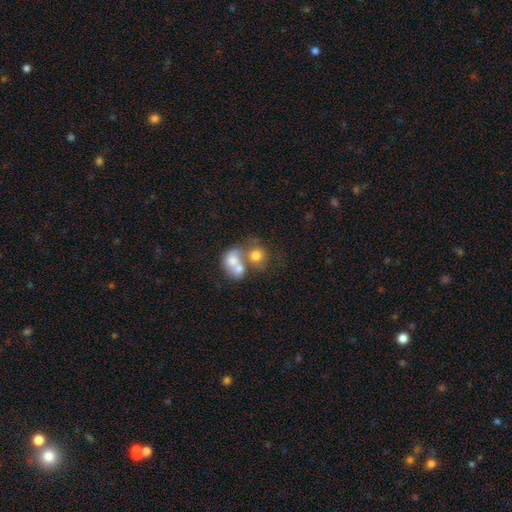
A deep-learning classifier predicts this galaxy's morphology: smooth 67%, featured or disk 22%, star or artifact 11%. Down the decision tree: how rounded — round (68%); merging — merger (60%).